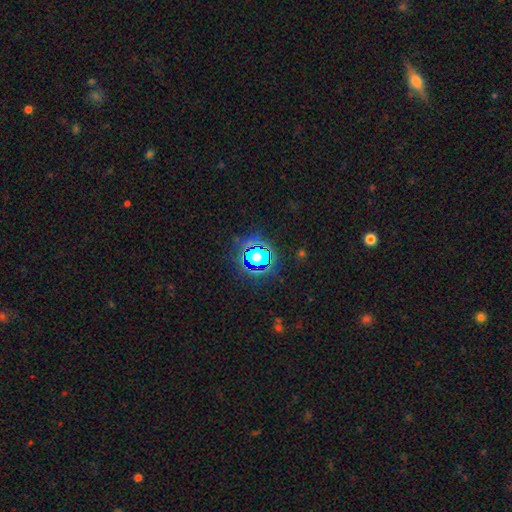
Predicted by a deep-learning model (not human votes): Smooth or featured: star or artifact — 60% (smooth — 28%)